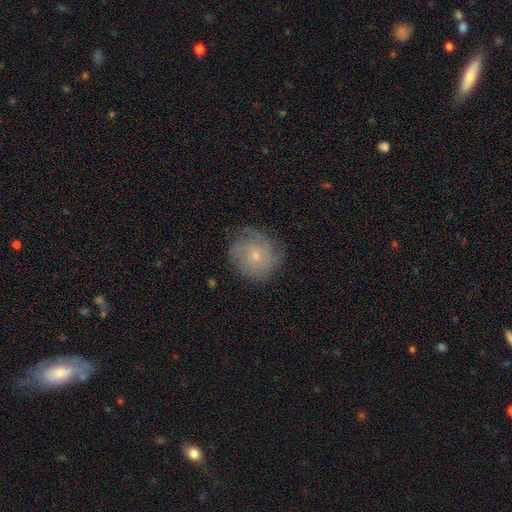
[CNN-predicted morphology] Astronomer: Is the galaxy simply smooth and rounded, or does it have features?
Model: featured or disk — 68%.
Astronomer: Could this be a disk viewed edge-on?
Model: no — 97%.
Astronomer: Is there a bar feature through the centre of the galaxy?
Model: no — 80%.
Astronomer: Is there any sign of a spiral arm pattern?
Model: yes — 90%.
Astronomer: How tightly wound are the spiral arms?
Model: tight — 65%.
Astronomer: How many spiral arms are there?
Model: can't tell — 42% (runner-up: 3, 20%).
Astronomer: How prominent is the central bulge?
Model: small — 70%.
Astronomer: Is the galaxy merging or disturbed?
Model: none — 73%.